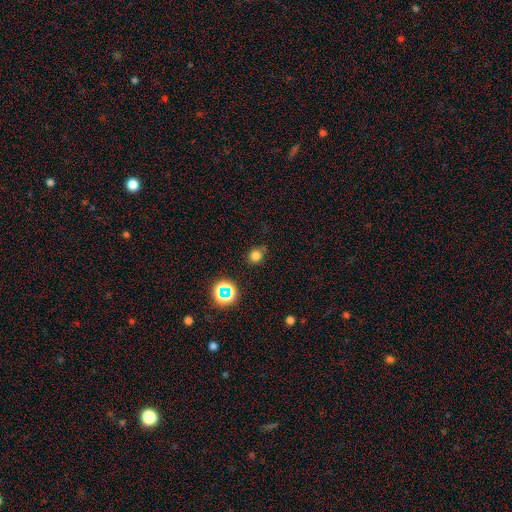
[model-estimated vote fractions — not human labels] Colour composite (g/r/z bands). It shows a smooth galaxy with no disk features (75%) that is round (87%). Merging: none (78%).